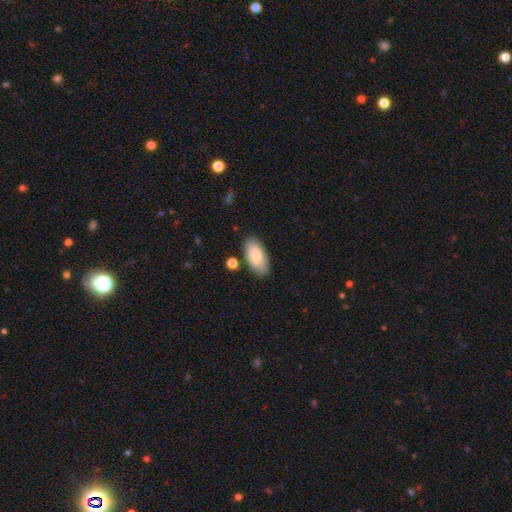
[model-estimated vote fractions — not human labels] Smooth or featured?
  - smooth: 80% *
  - featured or disk: 14%
  - star or artifact: 6%
How rounded?
  - in between: 93% *
  - cigar-shaped: 4%
  - round: 3%
Merging?
  - none: 83% *
  - minor disturbance: 11%
  - merger: 4%
  - major disturbance: 3%